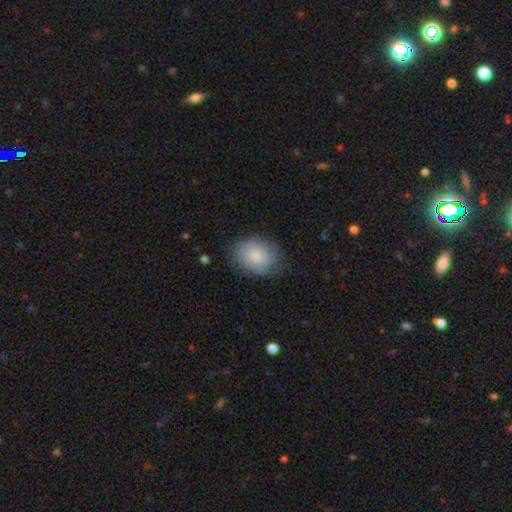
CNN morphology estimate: Overall: smooth (66%). How rounded: in between (59%; round 40%). Merging: none (69%).